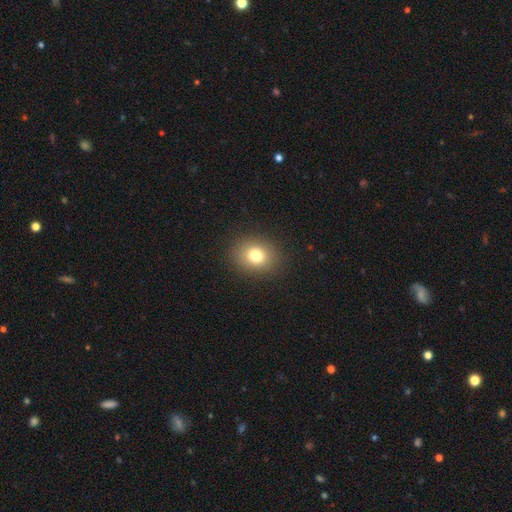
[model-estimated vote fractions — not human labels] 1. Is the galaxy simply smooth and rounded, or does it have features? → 78% smooth, 12% star or artifact, 10% featured or disk.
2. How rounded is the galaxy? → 62% round, 37% in between, 1% cigar-shaped.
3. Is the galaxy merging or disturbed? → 89% none, 7% minor disturbance, 3% major disturbance, 1% merger.